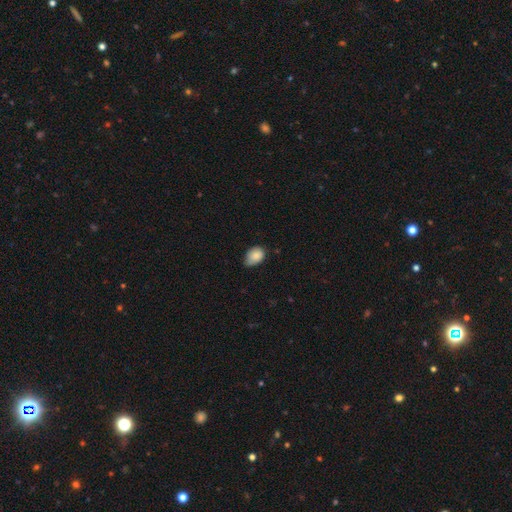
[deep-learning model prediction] smooth-or-featured: smooth: 85% | star or artifact: 8% | featured or disk: 7%
  how-rounded: in between: 74% | round: 25% | cigar-shaped: 1%
  merging: none: 47% | minor disturbance: 45% | major disturbance: 7% | merger: 2%